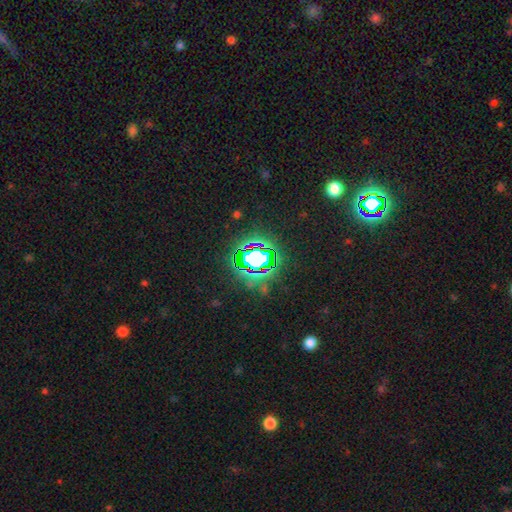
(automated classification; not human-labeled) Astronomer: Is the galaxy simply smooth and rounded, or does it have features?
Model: star or artifact — 73%.